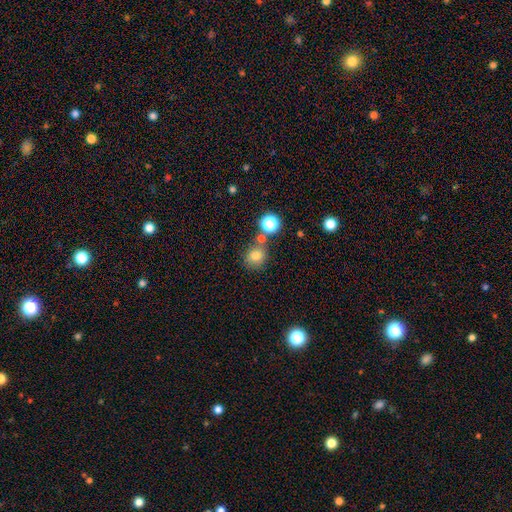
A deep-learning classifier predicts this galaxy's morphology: This is likely a smooth galaxy (77%). How rounded: likely round (77%). Merging: likely none (67%).